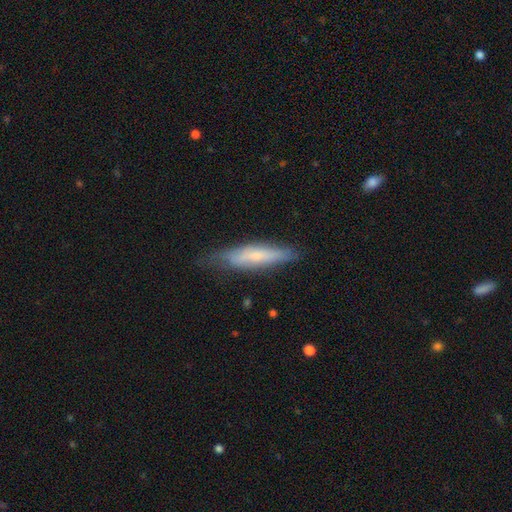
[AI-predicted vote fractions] Q: Smooth or featured?
A: smooth (56%); runner-up: featured or disk (37%)
Q: How rounded?
A: cigar-shaped (79%); runner-up: in between (19%)
Q: Merging?
A: none (67%); runner-up: minor disturbance (25%)